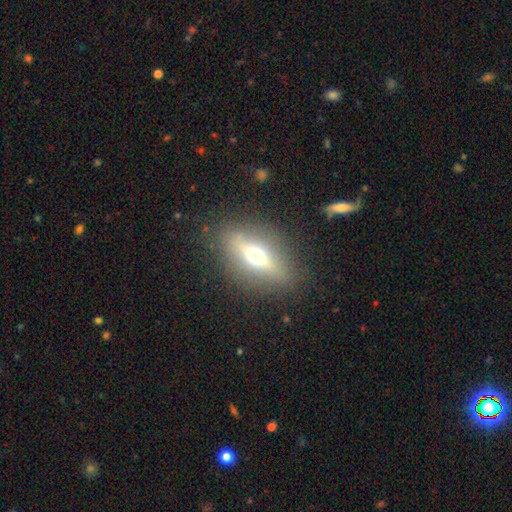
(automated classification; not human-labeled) Morphology: type=featured or disk (52%); edge-on=yes (74%); merging=none (84%).